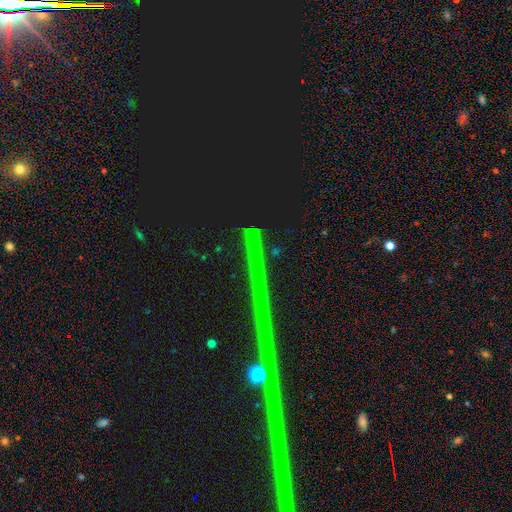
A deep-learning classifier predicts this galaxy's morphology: star or artifact 82%, featured or disk 11%, smooth 7%.